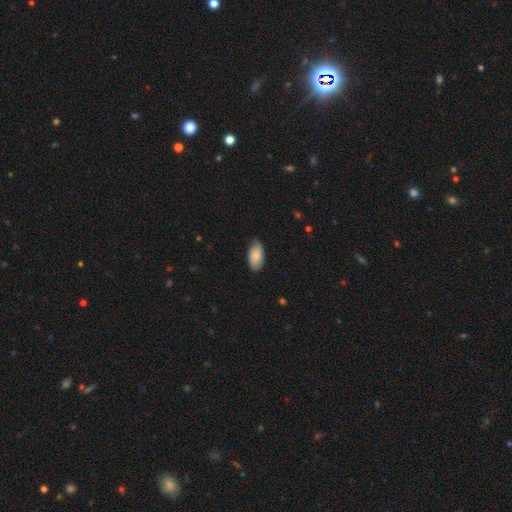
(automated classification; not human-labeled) Morphology: type=smooth (84%); roundness=in between (94%); merging=none (81%).